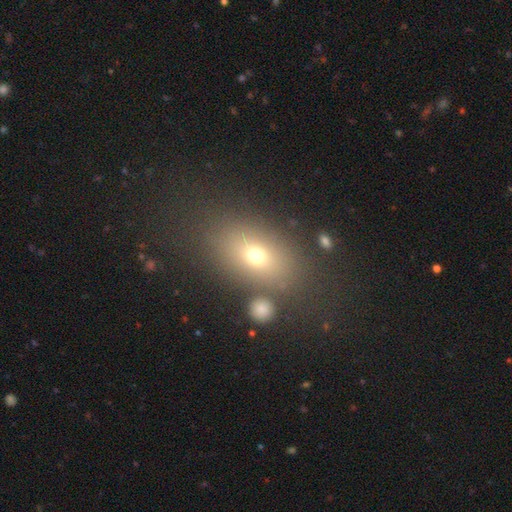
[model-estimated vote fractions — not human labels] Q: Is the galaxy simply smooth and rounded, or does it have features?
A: smooth — 67%.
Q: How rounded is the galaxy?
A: in between — 78%.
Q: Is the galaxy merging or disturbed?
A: none — 75%.